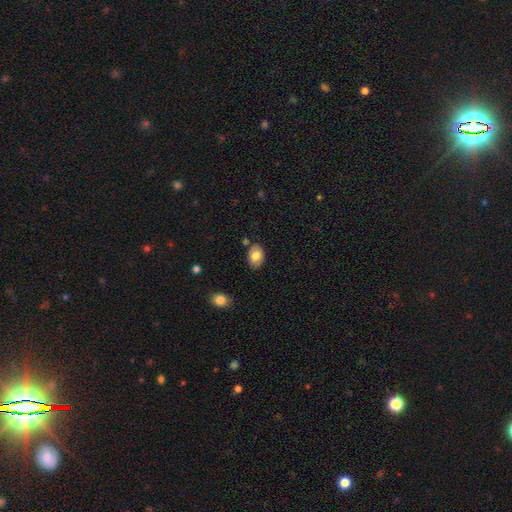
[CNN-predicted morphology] type=smooth (79%); roundness=in between (80%); merging=none (82%).